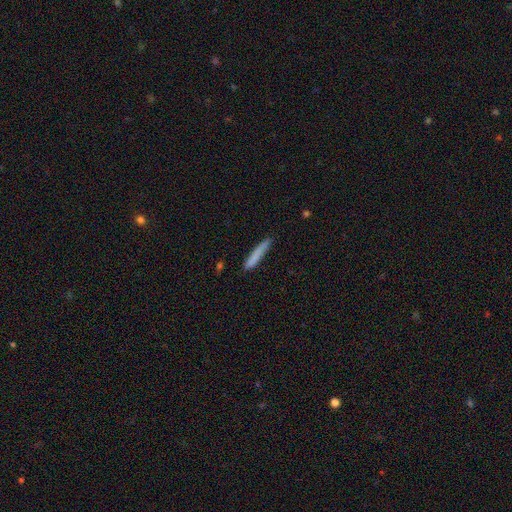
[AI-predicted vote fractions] Smooth or featured?
  - smooth: 80% *
  - featured or disk: 14%
  - star or artifact: 6%
How rounded?
  - cigar-shaped: 94% *
  - in between: 4%
  - round: 1%
Merging?
  - none: 83% *
  - minor disturbance: 13%
  - major disturbance: 2%
  - merger: 2%